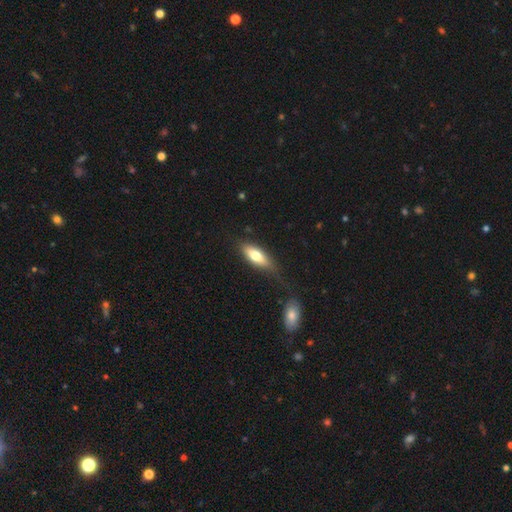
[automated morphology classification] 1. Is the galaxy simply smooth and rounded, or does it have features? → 71% smooth, 23% featured or disk, 6% star or artifact.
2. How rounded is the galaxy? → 69% in between, 28% cigar-shaped, 3% round.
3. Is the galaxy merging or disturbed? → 65% none, 22% minor disturbance, 7% major disturbance, 6% merger.